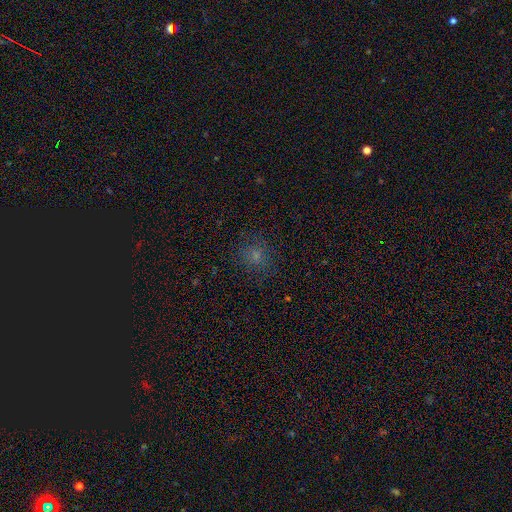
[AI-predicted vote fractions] Smooth or featured: smooth — 71% (star or artifact — 21%)
How rounded: round — 79% (in between — 20%)
Merging: none — 81% (minor disturbance — 12%)